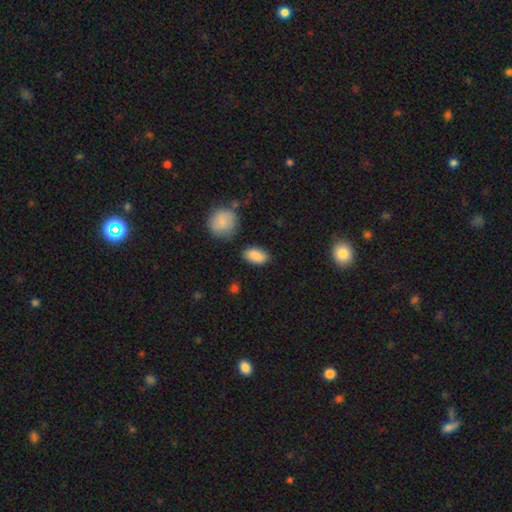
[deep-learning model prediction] This is clearly a smooth galaxy (87%). How rounded: clearly in between (92%). Merging: clearly none (80%).